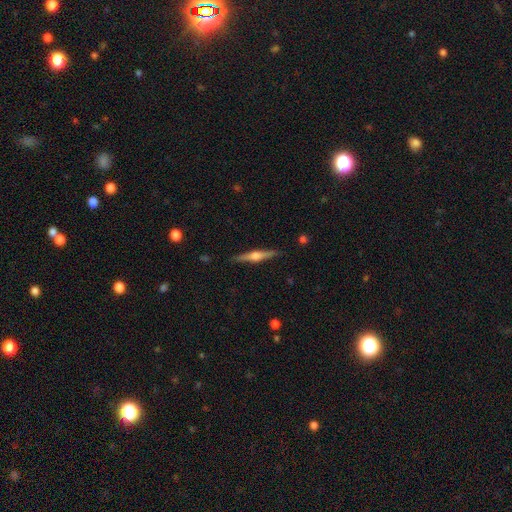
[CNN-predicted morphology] This is likely a featured or disk galaxy (70%). It is clearly viewed edge-on (98%). Edge-on bulge: clearly rounded (92%). Merging: clearly none (90%).